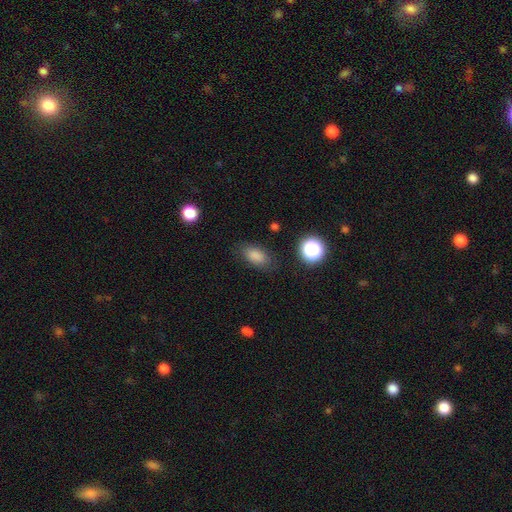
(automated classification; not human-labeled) A smooth galaxy with no disk features (84%) that is in between round and cigar-shaped (87%). Merging: none (82%).